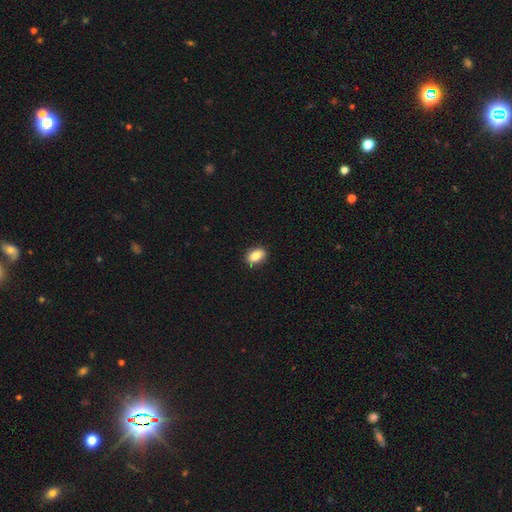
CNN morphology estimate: A smooth galaxy with no disk features (84%) that is in between round and cigar-shaped (82%). Merging: none (86%).